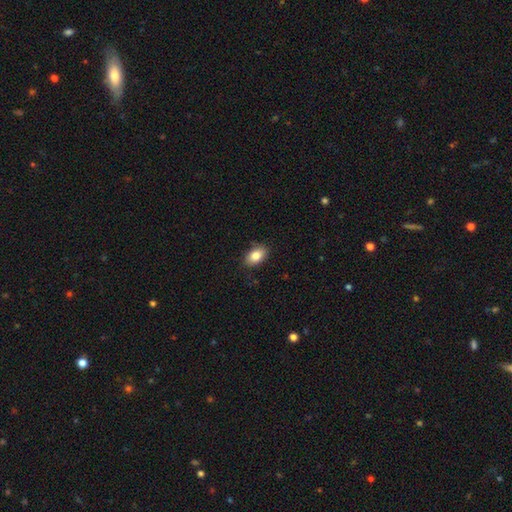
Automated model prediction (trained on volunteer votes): A smooth galaxy with no disk features (84%) that is in between round and cigar-shaped (88%).

Vote fractions:
- Smooth or featured? smooth: 84% / featured or disk: 8% / star or artifact: 8%
- How rounded? in between: 88% / round: 10% / cigar-shaped: 2%
- Merging? none: 83% / minor disturbance: 13% / major disturbance: 2% / merger: 1%